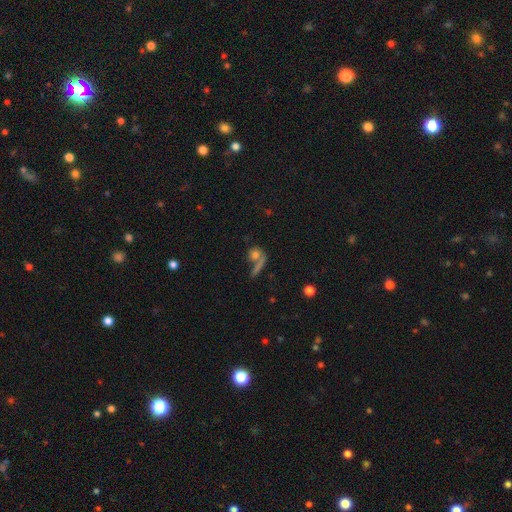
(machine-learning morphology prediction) A smooth galaxy with no disk features (61%) that is round (66%).

Vote fractions:
- Smooth or featured? smooth: 61% / featured or disk: 22% / star or artifact: 17%
- How rounded? round: 66% / in between: 23% / cigar-shaped: 11%
- Merging? none: 49% / merger: 30% / major disturbance: 11% / minor disturbance: 10%